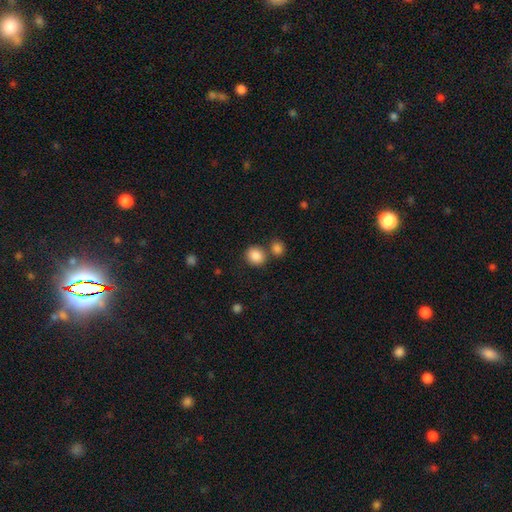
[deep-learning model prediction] A smooth galaxy with no disk features (86%) that is round (80%).

Vote fractions:
- Smooth or featured? smooth: 86% / star or artifact: 9% / featured or disk: 5%
- How rounded? round: 80% / in between: 19% / cigar-shaped: 1%
- Merging? none: 69% / merger: 20% / minor disturbance: 9% / major disturbance: 3%